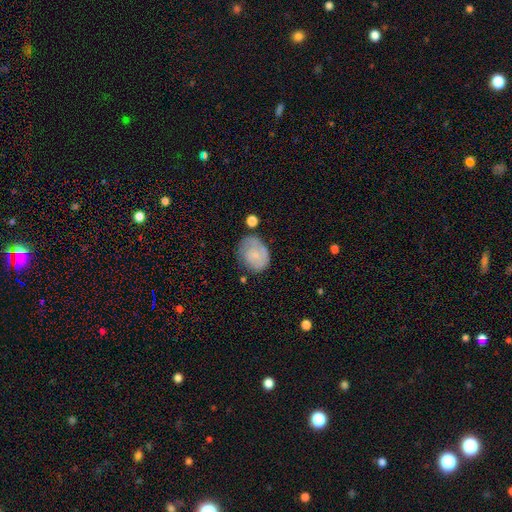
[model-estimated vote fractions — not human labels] Q: Smooth or featured?
A: smooth (63%); runner-up: featured or disk (29%)
Q: How rounded?
A: in between (52%); runner-up: round (47%)
Q: Merging?
A: none (51%); runner-up: minor disturbance (30%)